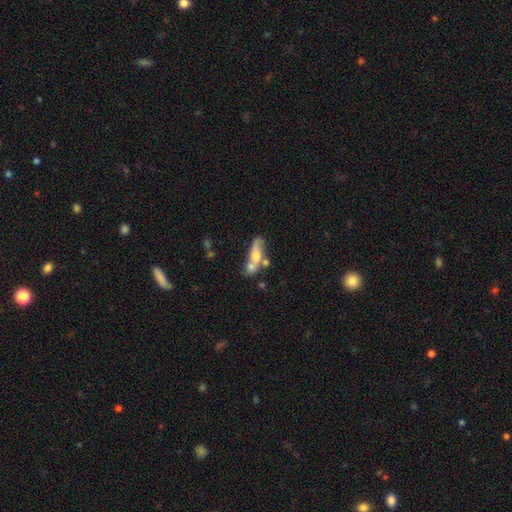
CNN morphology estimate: This appears to be a smooth galaxy with no disk features (50%) that is in between round and cigar-shaped (56%). Merging: merger (41%).